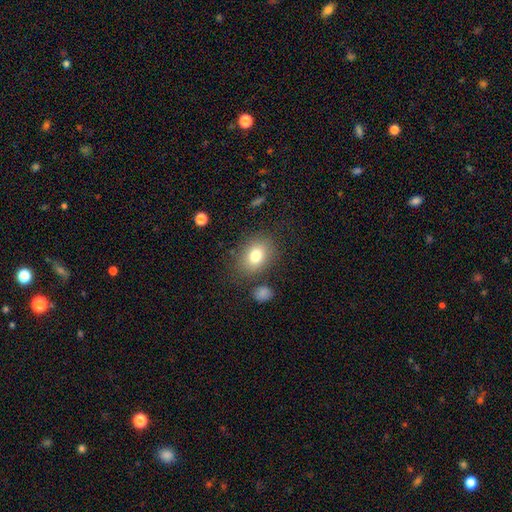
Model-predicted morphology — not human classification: Overall: smooth (78%). How rounded: in between (64%; round 35%). Merging: none (79%).